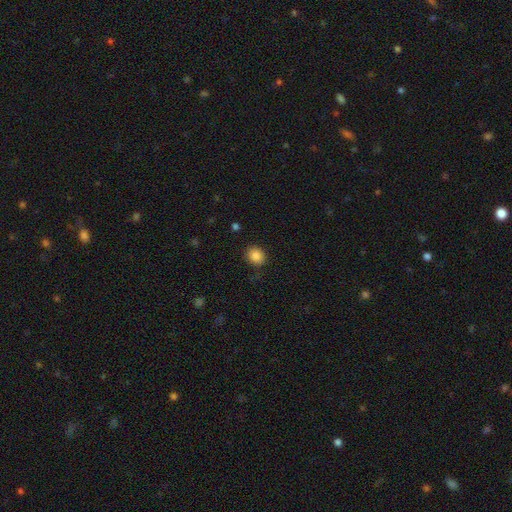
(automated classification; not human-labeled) Smooth or featured? smooth (85%)
How rounded? round (67%)
Merging? none (84%)